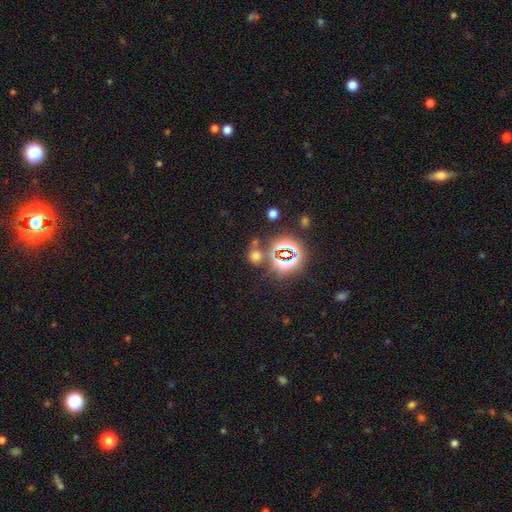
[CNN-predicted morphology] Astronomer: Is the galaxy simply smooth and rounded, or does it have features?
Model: smooth — 52% (runner-up: star or artifact, 40%).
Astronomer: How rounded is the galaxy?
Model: round — 77%.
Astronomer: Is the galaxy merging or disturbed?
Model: none — 66%.